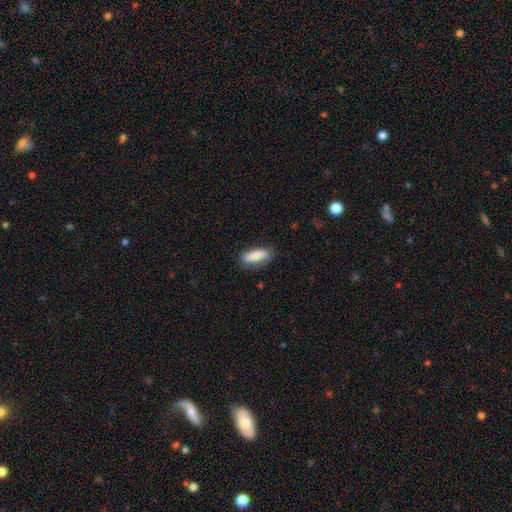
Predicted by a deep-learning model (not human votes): Smooth or featured? Predicted: smooth (p=0.77). How rounded? Predicted: in between (p=0.70). Merging? Predicted: none (p=0.77).